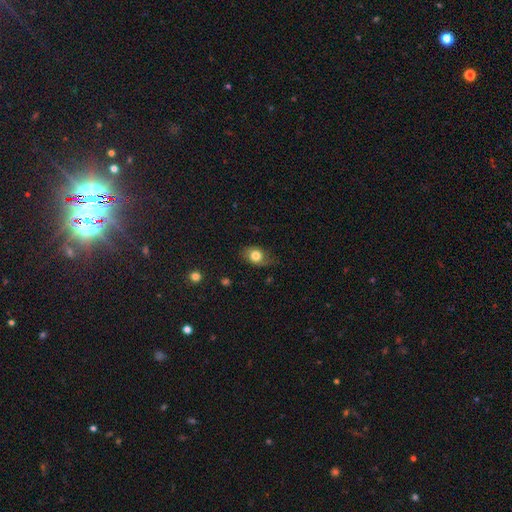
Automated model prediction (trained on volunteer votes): Smooth or featured: smooth — 78% (featured or disk — 13%)
How rounded: in between — 63% (round — 36%)
Merging: none — 70% (minor disturbance — 23%)